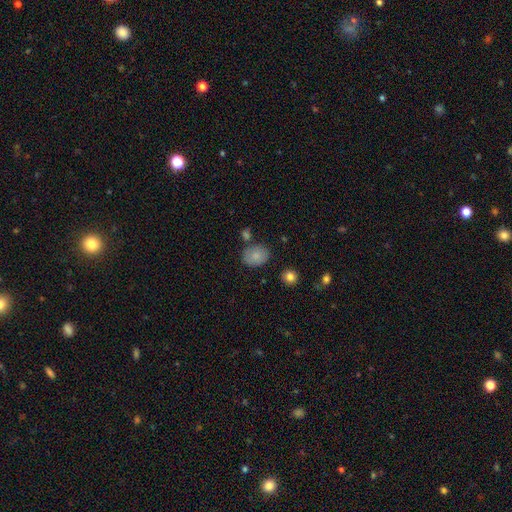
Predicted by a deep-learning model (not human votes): A smooth galaxy with no disk features (81%) that is in between round and cigar-shaped (61%).

Vote fractions:
- Smooth or featured? smooth: 81% / featured or disk: 11% / star or artifact: 8%
- How rounded? in between: 61% / round: 38% / cigar-shaped: 1%
- Merging? none: 70% / minor disturbance: 18% / merger: 8% / major disturbance: 5%